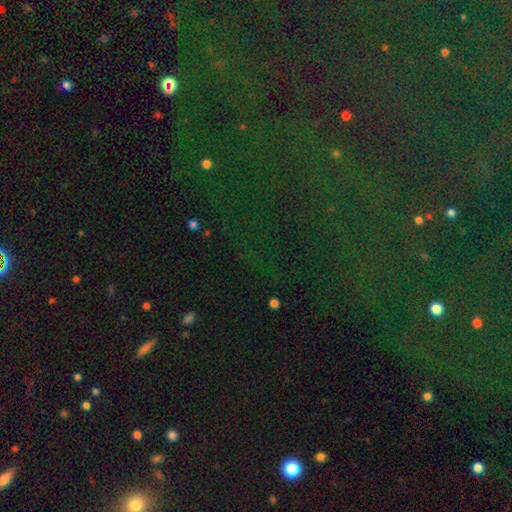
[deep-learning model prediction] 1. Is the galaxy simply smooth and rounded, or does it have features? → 79% star or artifact, 12% smooth, 9% featured or disk.